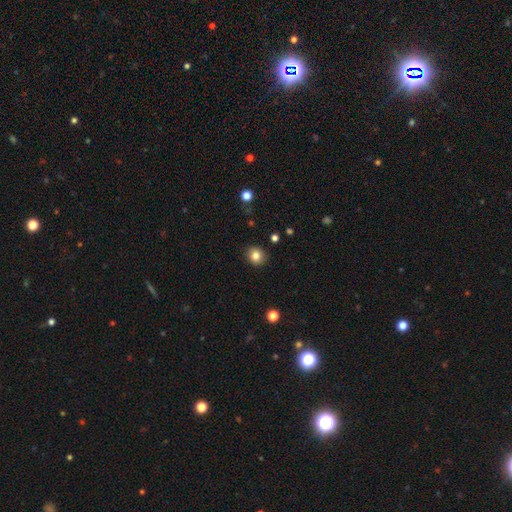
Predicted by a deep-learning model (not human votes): Smooth or featured?
  - smooth: 83% *
  - star or artifact: 11%
  - featured or disk: 7%
How rounded?
  - round: 82% *
  - in between: 17%
  - cigar-shaped: 1%
Merging?
  - none: 89% *
  - minor disturbance: 8%
  - major disturbance: 2%
  - merger: 1%